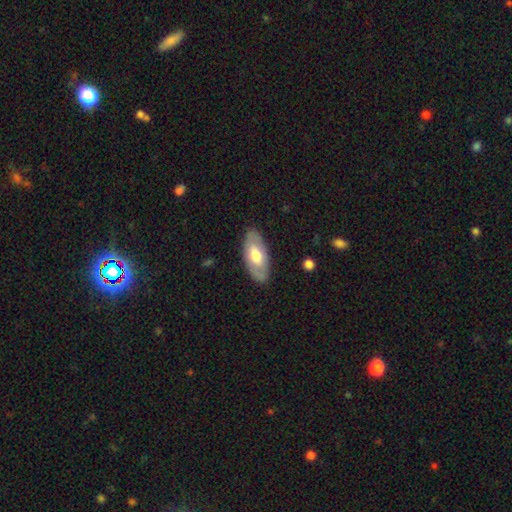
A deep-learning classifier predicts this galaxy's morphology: Q: Smooth or featured?
A: smooth (49%); runner-up: featured or disk (46%)
Q: Merging?
A: none (84%); runner-up: minor disturbance (12%)